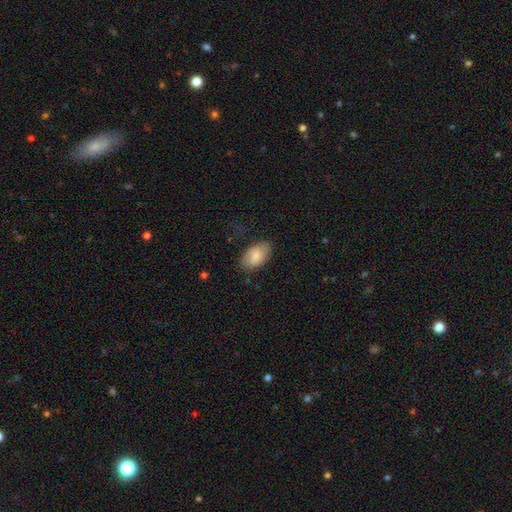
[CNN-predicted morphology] The model was most divided on "merging": none: 80%, minor disturbance: 15%, major disturbance: 4%, merger: 1%. More confident: how rounded — in between (94%); smooth or featured — smooth (81%).